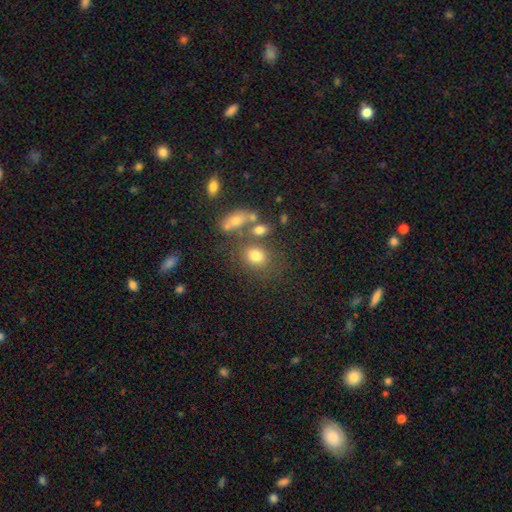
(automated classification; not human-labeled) Overall: smooth (75%). How rounded: round (52%; in between 47%). Merging: none (57%; merger 20%).